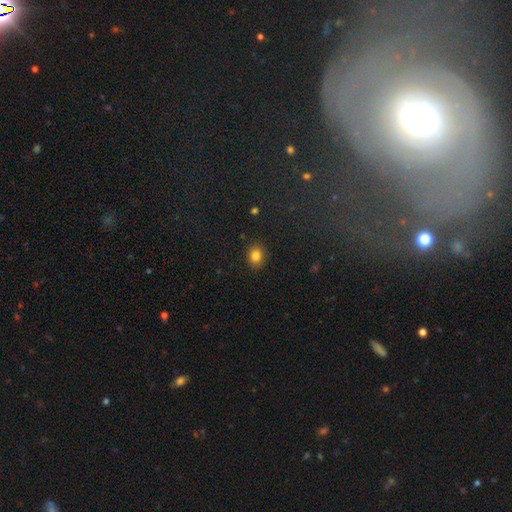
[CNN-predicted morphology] Smooth or featured: smooth — 83% (star or artifact — 11%)
How rounded: round — 60% (in between — 39%)
Merging: none — 89% (minor disturbance — 8%)